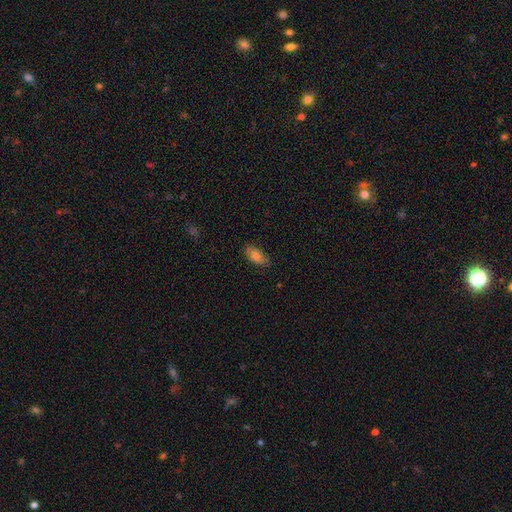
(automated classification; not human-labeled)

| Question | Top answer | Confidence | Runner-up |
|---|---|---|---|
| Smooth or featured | smooth | 78% | featured or disk (14%) |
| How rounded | in between | 86% | cigar-shaped (11%) |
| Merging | none | 81% | minor disturbance (15%) |